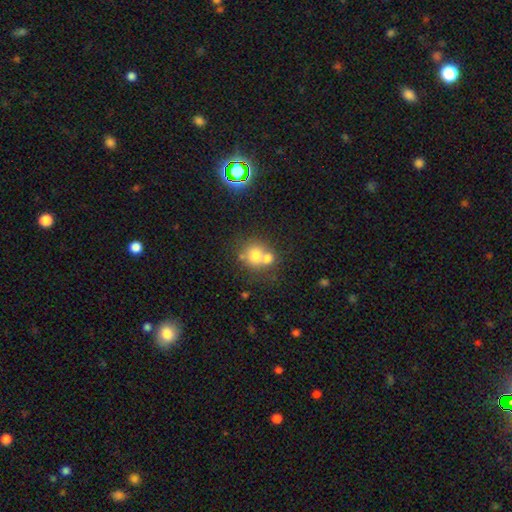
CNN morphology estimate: This appears to be a smooth galaxy with no disk features (70%) that is round (82%). Merging: merger (51%).